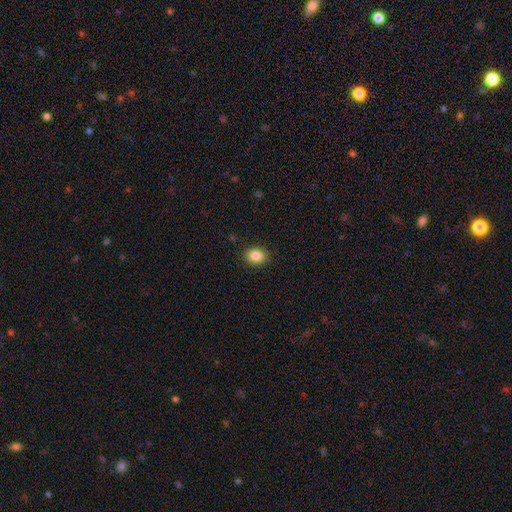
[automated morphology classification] Q: Smooth or featured?
A: smooth (85%); runner-up: star or artifact (10%)
Q: How rounded?
A: in between (50%); runner-up: round (49%)
Q: Merging?
A: none (89%); runner-up: minor disturbance (8%)